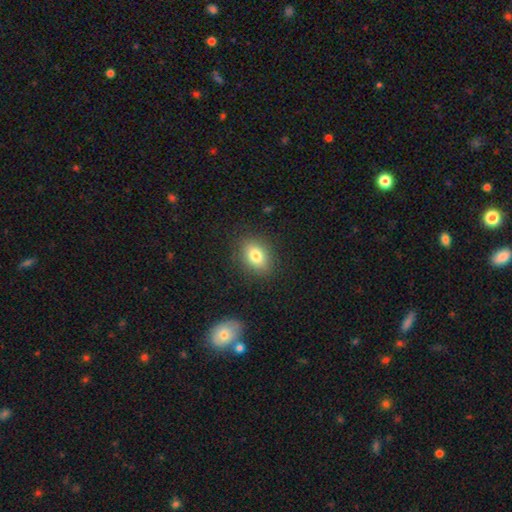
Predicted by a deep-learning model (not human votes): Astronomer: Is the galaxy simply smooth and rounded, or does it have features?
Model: smooth — 79%.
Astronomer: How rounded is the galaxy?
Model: in between — 73%.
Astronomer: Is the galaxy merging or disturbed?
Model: none — 86%.